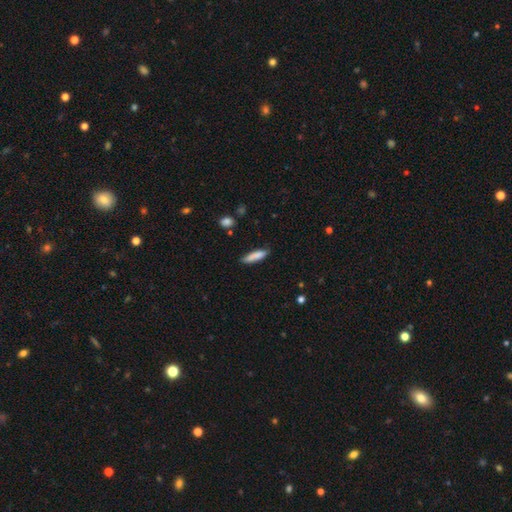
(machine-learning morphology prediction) A smooth galaxy with no disk features (83%) that is cigar-shaped (73%).

Vote fractions:
- Smooth or featured? smooth: 83% / featured or disk: 11% / star or artifact: 6%
- How rounded? cigar-shaped: 73% / in between: 25% / round: 2%
- Merging? none: 79% / minor disturbance: 16% / major disturbance: 3% / merger: 2%